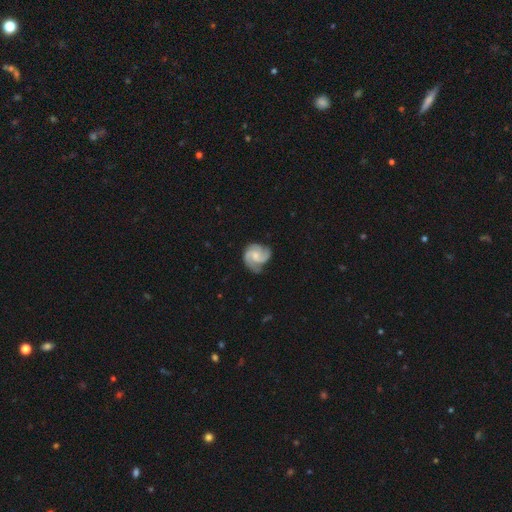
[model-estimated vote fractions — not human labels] Smooth or featured: featured or disk — 87% (smooth — 9%)
Edge-on disk: no — 98% (yes — 2%)
Bar: no — 57% (weak — 36%)
Spiral arms: yes — 98% (no — 2%)
Spiral winding: medium — 49% (tight — 40%)
Spiral arm count: 3 — 44% (tied with 2 — 44%)
Bulge size: small — 48% (moderate — 39%)
Merging: none — 72% (minor disturbance — 20%)